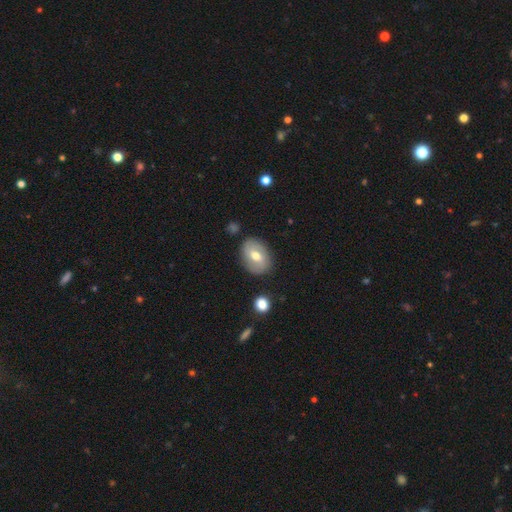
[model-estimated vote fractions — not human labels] Morphology: type=smooth (54%); roundness=in between (72%); merging=none (81%).